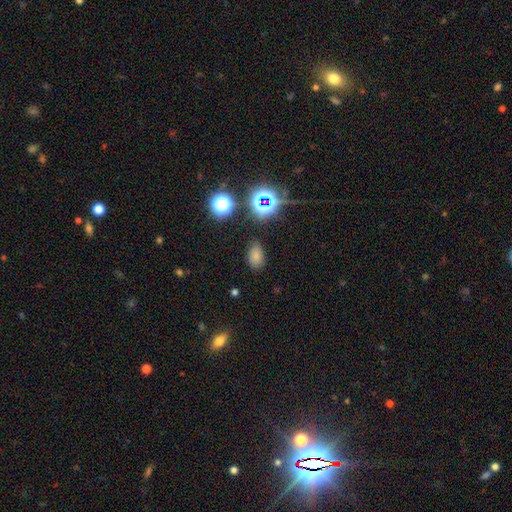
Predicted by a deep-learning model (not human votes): smooth-or-featured: smooth: 69% | star or artifact: 24% | featured or disk: 6%
  how-rounded: in between: 86% | round: 12% | cigar-shaped: 2%
  merging: none: 79% | minor disturbance: 14% | major disturbance: 5% | merger: 2%